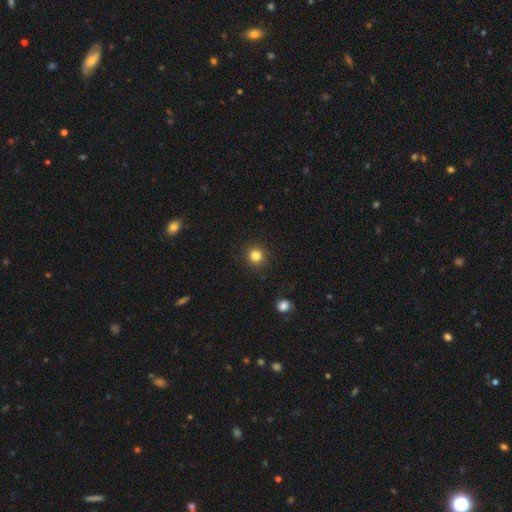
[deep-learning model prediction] Smooth or featured? smooth (83%)
How rounded? round (94%)
Merging? none (91%)